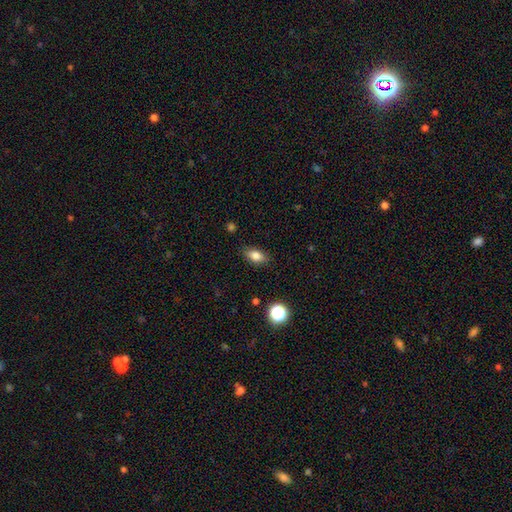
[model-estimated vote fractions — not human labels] A smooth galaxy with no disk features (80%) that is in between round and cigar-shaped (82%).

Vote fractions:
- Smooth or featured? smooth: 80% / featured or disk: 10% / star or artifact: 10%
- How rounded? in between: 82% / round: 11% / cigar-shaped: 7%
- Merging? none: 86% / minor disturbance: 10% / major disturbance: 2% / merger: 1%